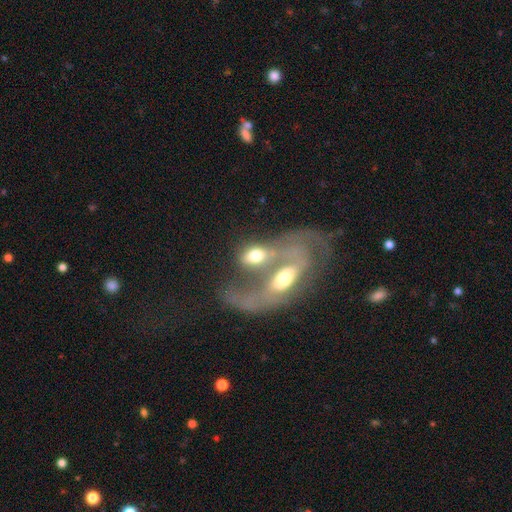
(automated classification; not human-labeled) Smooth or featured: smooth — 47% (featured or disk — 44%)
Merging: merger — 74% (major disturbance — 13%)